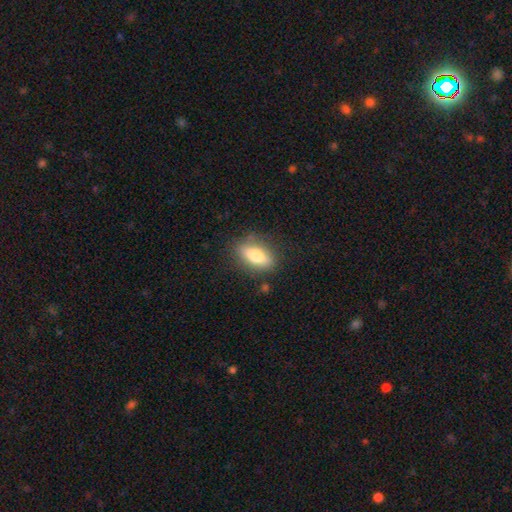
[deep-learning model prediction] smooth-or-featured: smooth: 69% | featured or disk: 24% | star or artifact: 7%
  how-rounded: in between: 75% | cigar-shaped: 19% | round: 7%
  merging: none: 83% | minor disturbance: 12% | major disturbance: 4% | merger: 2%